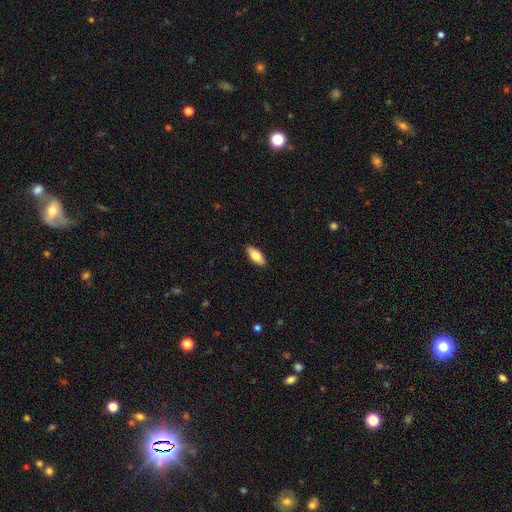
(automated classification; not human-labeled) Q: Smooth or featured?
A: smooth (79%); runner-up: featured or disk (15%)
Q: How rounded?
A: in between (86%); runner-up: cigar-shaped (12%)
Q: Merging?
A: none (89%); runner-up: minor disturbance (8%)